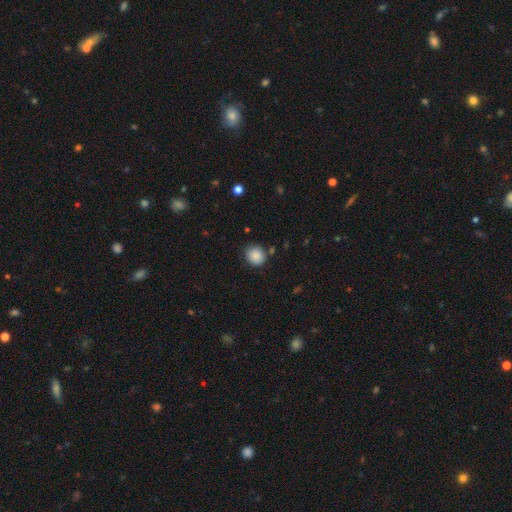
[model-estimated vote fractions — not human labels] Overall: smooth (88%). How rounded: round (83%). Merging: none (81%).